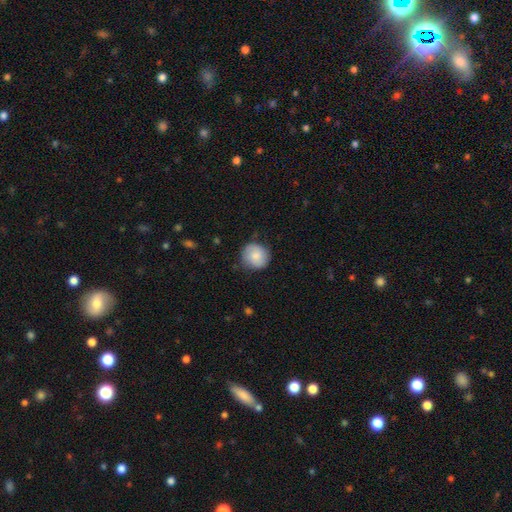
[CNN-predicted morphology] This appears to be a smooth galaxy with no disk features (79%) that is round (89%). Merging: none (82%).